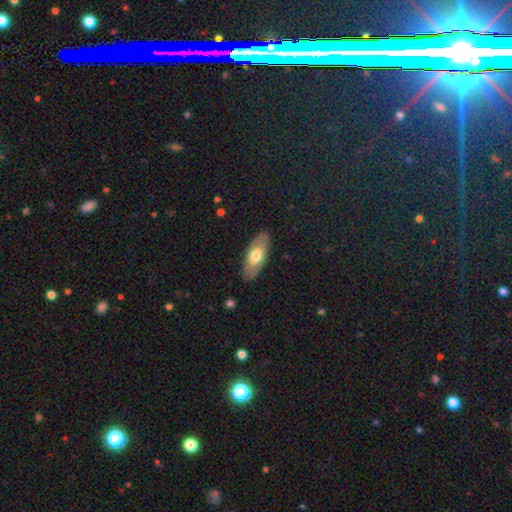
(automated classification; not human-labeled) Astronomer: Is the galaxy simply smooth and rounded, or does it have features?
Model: smooth — 59% (runner-up: featured or disk, 36%).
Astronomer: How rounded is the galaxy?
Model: in between — 84%.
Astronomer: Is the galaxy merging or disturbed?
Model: none — 87%.